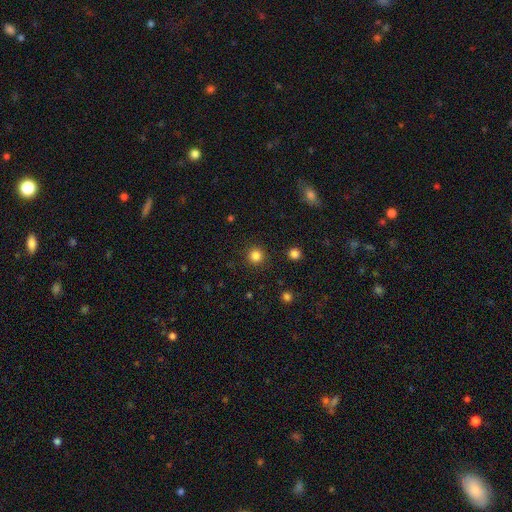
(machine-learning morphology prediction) Smooth or featured? Predicted: smooth (p=0.83). How rounded? Predicted: round (p=0.95). Merging? Predicted: none (p=0.91).